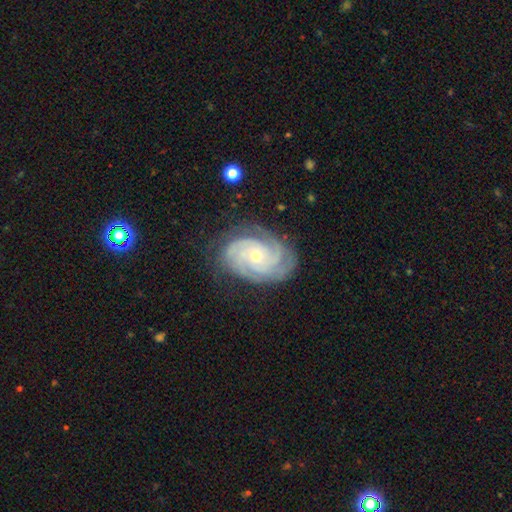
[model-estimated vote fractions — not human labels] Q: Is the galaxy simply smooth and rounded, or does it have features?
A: featured or disk — 89%.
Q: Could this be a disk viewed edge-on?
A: no — 97%.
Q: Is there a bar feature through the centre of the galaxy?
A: no — 76%.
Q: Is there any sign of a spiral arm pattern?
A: yes — 98%.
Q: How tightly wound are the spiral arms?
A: tight — 74%.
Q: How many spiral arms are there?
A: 3 — 32%.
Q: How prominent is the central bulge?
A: small — 61%.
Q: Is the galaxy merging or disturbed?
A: none — 78%.